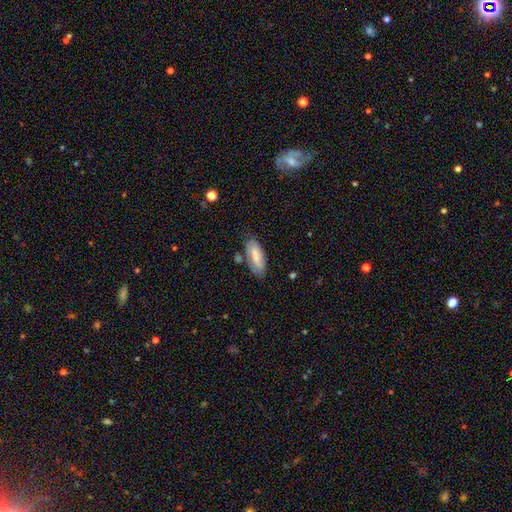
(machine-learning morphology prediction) Overall: smooth (77%). How rounded: in between (76%). Merging: none (69%).